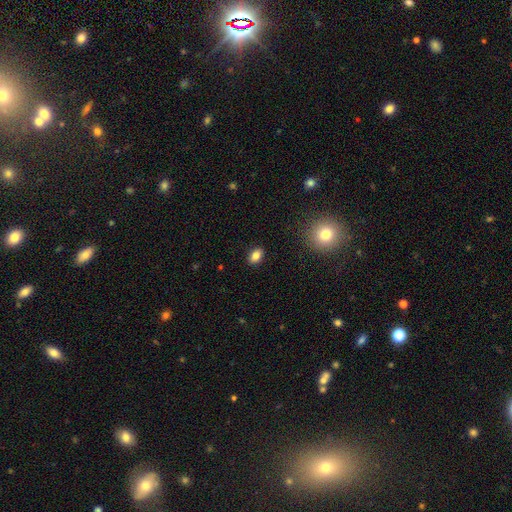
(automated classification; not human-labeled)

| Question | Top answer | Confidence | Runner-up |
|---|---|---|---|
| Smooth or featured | smooth | 83% | star or artifact (10%) |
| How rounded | in between | 83% | round (14%) |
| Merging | none | 89% | minor disturbance (8%) |